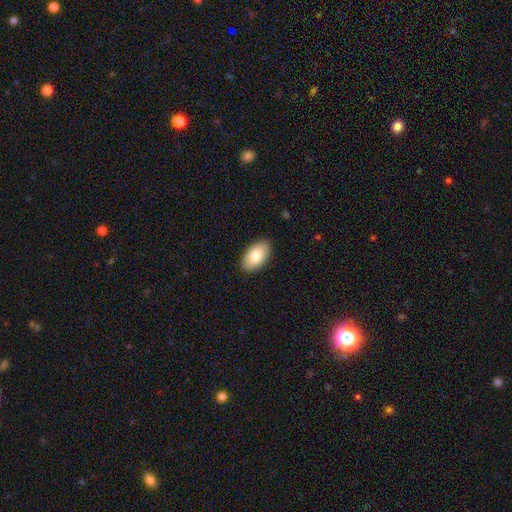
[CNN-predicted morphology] smooth-or-featured: smooth: 81% | featured or disk: 13% | star or artifact: 6%
  how-rounded: in between: 95% | round: 3% | cigar-shaped: 2%
  merging: none: 89% | minor disturbance: 8% | major disturbance: 2% | merger: 1%